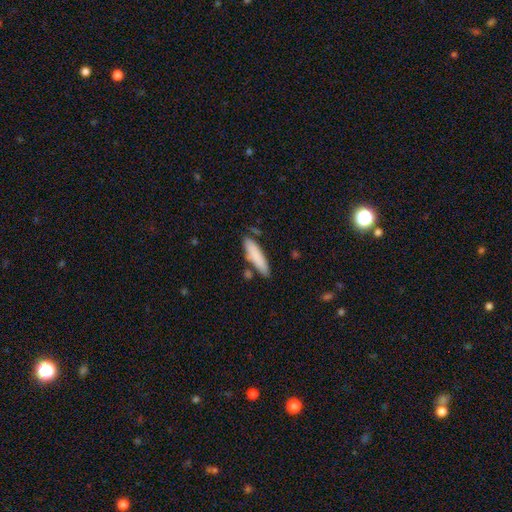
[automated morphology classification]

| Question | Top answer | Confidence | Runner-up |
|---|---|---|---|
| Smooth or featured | smooth | 82% | featured or disk (12%) |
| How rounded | cigar-shaped | 74% | in between (25%) |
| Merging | none | 75% | minor disturbance (15%) |